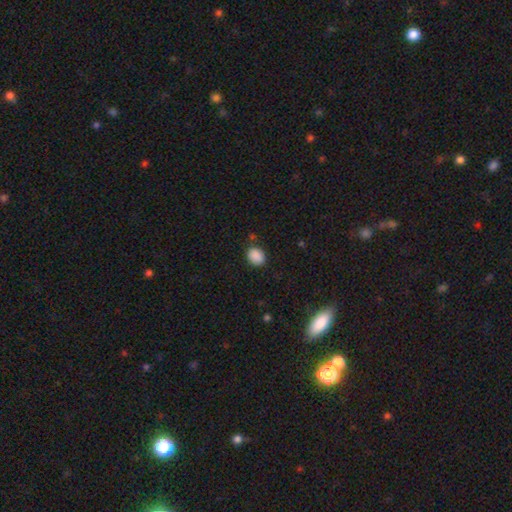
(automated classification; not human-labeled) Q: Smooth or featured?
A: smooth (88%); runner-up: star or artifact (9%)
Q: How rounded?
A: in between (55%); runner-up: round (44%)
Q: Merging?
A: none (82%); runner-up: minor disturbance (13%)